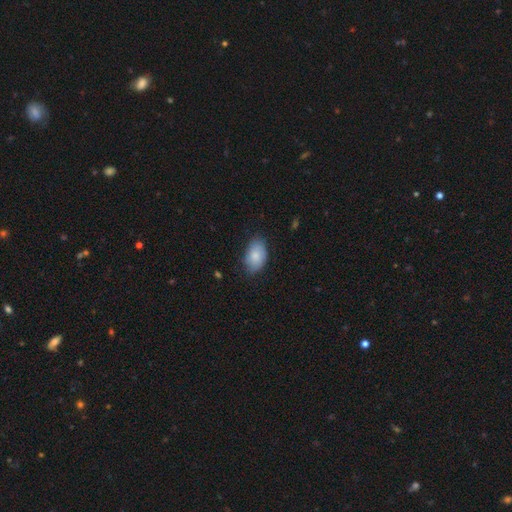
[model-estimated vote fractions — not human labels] The model was most divided on "merging": none: 75%, minor disturbance: 20%, major disturbance: 4%, merger: 1%. More confident: how rounded — in between (91%); smooth or featured — smooth (84%).